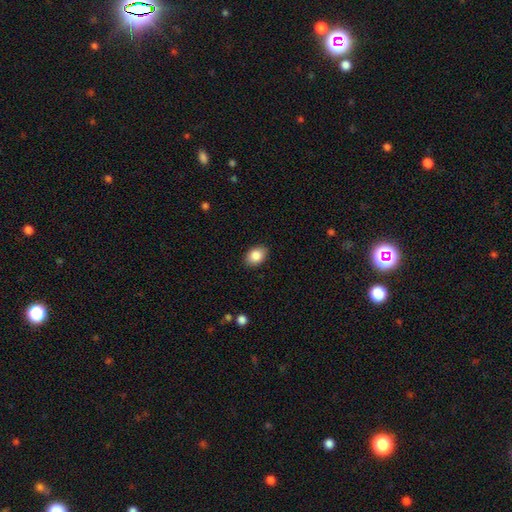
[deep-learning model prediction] Smooth or featured? Predicted: smooth (p=0.87). How rounded? Predicted: in between (p=0.77). Merging? Predicted: none (p=0.88).